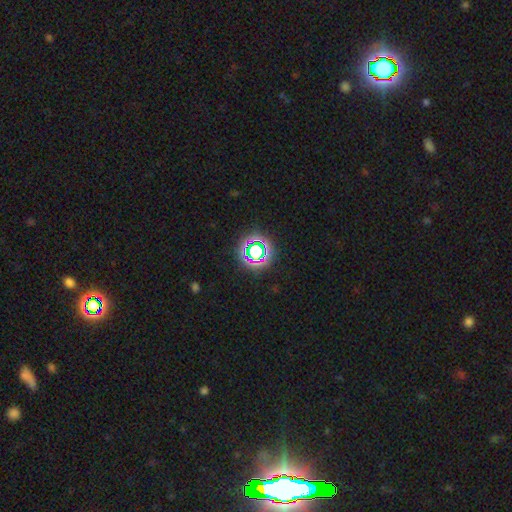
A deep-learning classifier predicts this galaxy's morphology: Smooth or featured? star or artifact (63%)